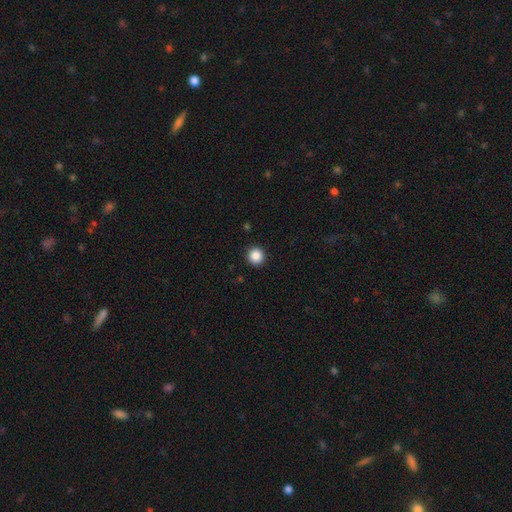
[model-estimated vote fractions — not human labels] Overall: smooth (87%). How rounded: round (94%). Merging: none (92%).